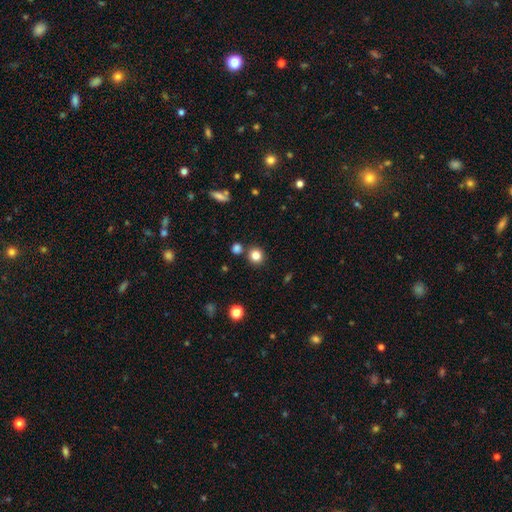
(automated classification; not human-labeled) Q: Smooth or featured?
A: smooth (82%); runner-up: star or artifact (13%)
Q: How rounded?
A: round (91%); runner-up: in between (8%)
Q: Merging?
A: none (85%); runner-up: merger (6%)